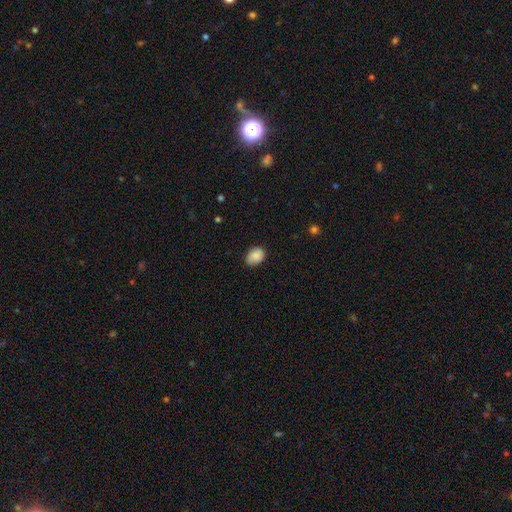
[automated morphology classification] smooth 88%, star or artifact 7%, featured or disk 5%. Down the decision tree: how rounded — in between (70%); merging — none (79%).